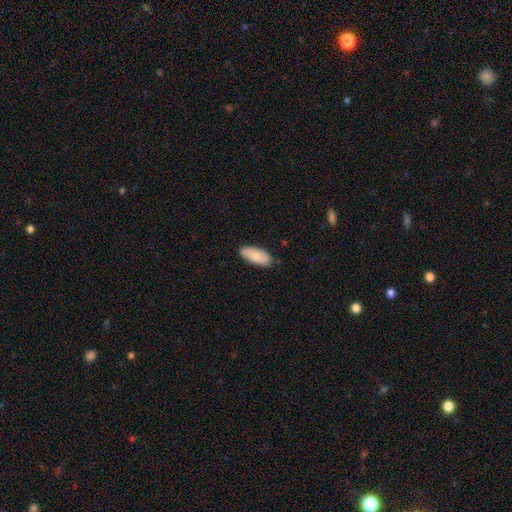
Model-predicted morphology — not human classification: Smooth or featured? Predicted: smooth (p=0.85). How rounded? Predicted: in between (p=0.85). Merging? Predicted: none (p=0.85).